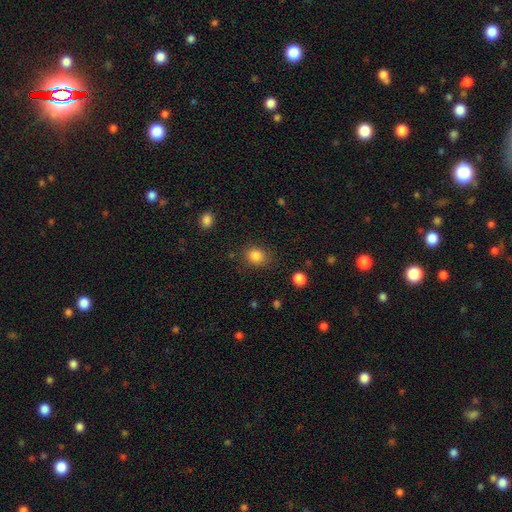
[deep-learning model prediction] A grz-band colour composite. It shows a smooth galaxy with no disk features (85%) that is round (61%). Merging: none (81%).